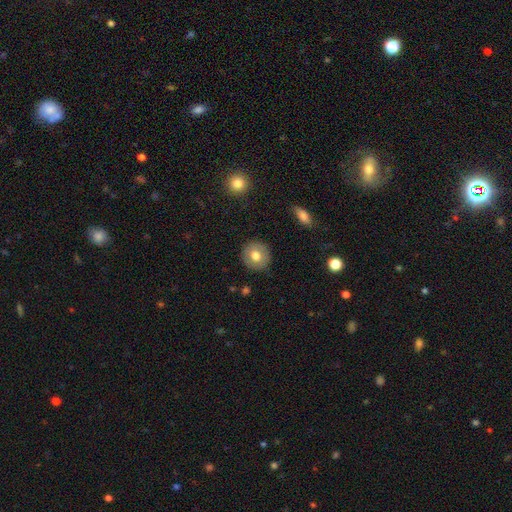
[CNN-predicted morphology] The model was most divided on "smooth or featured": smooth: 74%, featured or disk: 18%, star or artifact: 8%. More confident: how rounded — round (92%); merging — none (90%).